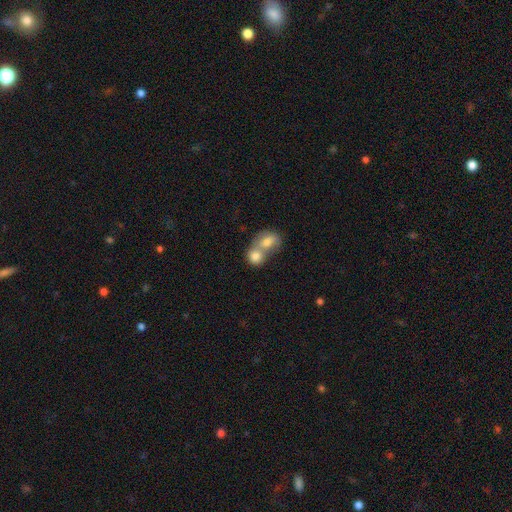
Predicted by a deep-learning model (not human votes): This is likely a smooth galaxy (79%). How rounded: likely round (61%). Merging: likely merger (72%).